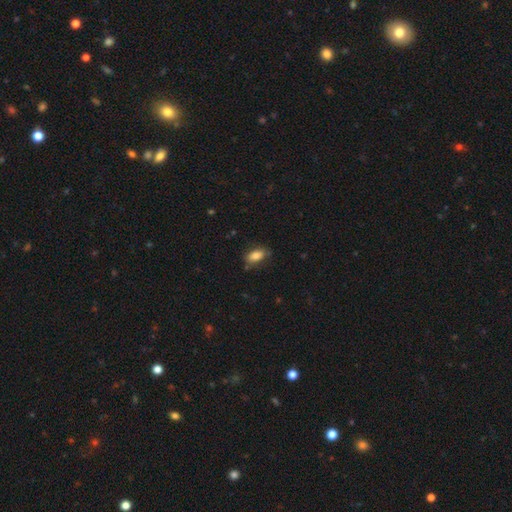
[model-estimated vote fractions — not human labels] Smooth or featured? Predicted: smooth (p=0.82). How rounded? Predicted: in between (p=0.89). Merging? Predicted: none (p=0.73).